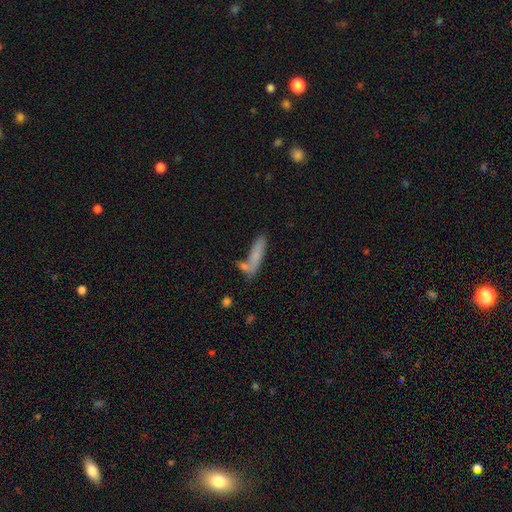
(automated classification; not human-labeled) This is likely a smooth galaxy (72%). How rounded: likely cigar-shaped (71%). Merging: possibly none (54%).